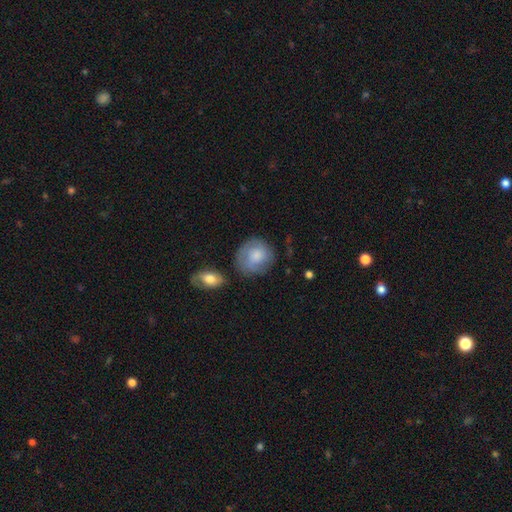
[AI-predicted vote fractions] smooth_or_featured: smooth (p=0.68) [alt: featured or disk p=0.26]
how_rounded: round (p=0.82) [alt: in between p=0.17]
merging: none (p=0.66) [alt: minor disturbance p=0.22]